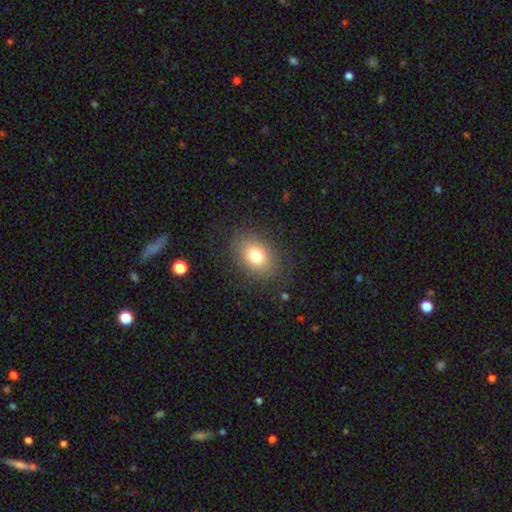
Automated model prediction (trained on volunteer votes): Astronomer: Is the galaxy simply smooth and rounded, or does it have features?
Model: smooth — 76%.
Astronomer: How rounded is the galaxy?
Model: in between — 69%.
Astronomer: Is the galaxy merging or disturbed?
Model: none — 83%.